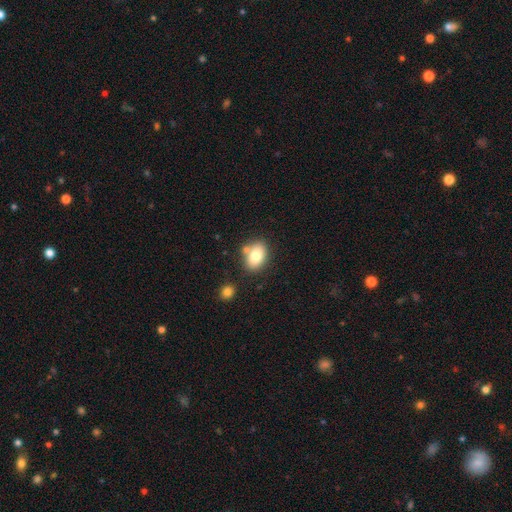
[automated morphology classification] Smooth or featured? smooth (79%)
How rounded? in between (76%)
Merging? none (68%)